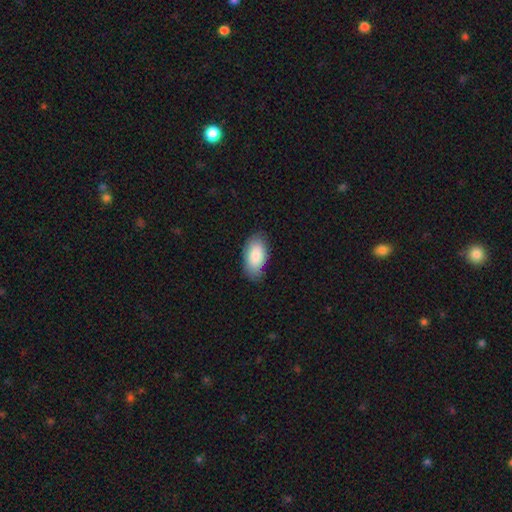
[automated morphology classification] type=smooth (87%); roundness=in between (95%); merging=none (77%).